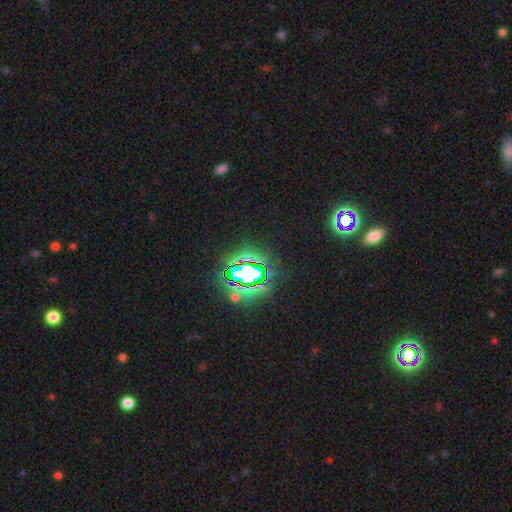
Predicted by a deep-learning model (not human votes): This appears to be a star or artifact, not a galaxy (81%).